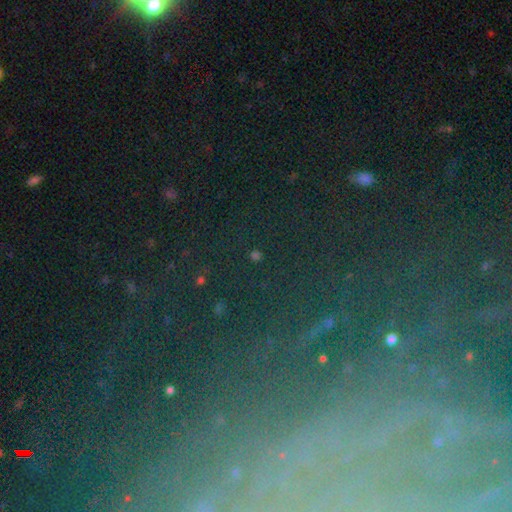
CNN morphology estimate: A star or artifact, not a galaxy (69%).

Vote fractions:
- Smooth or featured? star or artifact: 69% / smooth: 21% / featured or disk: 10%